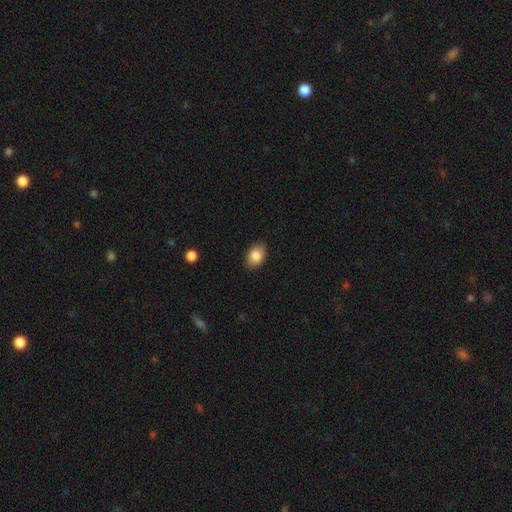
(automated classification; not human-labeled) A smooth galaxy with no disk features (85%) that is in between round and cigar-shaped (83%). Merging: none (87%).